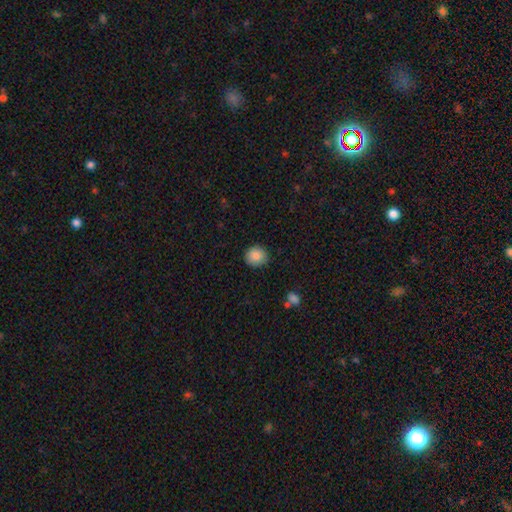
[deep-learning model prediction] A smooth galaxy with no disk features (87%) that is round (85%).

Vote fractions:
- Smooth or featured? smooth: 87% / star or artifact: 8% / featured or disk: 5%
- How rounded? round: 85% / in between: 14% / cigar-shaped: 1%
- Merging? none: 87% / minor disturbance: 9% / major disturbance: 2% / merger: 1%